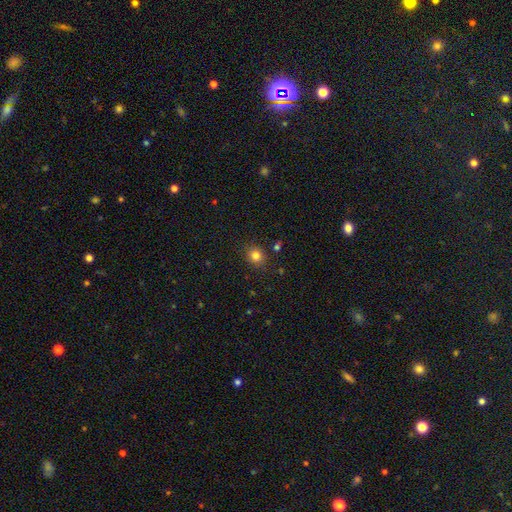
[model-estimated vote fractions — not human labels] Overall: smooth (82%). How rounded: round (76%). Merging: none (87%).